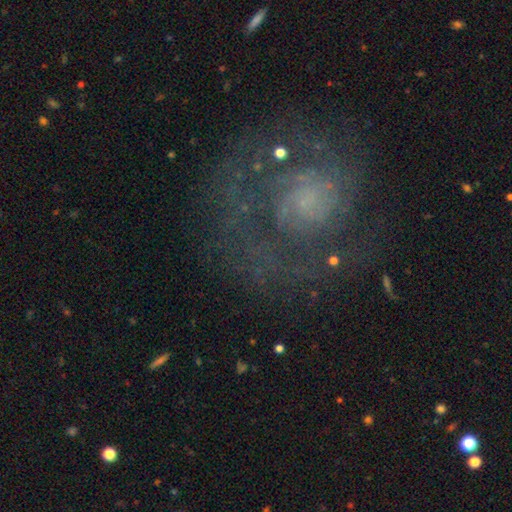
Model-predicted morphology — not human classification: This appears to be a featured or disk galaxy (74%) with no bar (76%), 2 (35%) tight (48%) spiral arms (82%) and no central bulge (39%). Merging: none (59%).